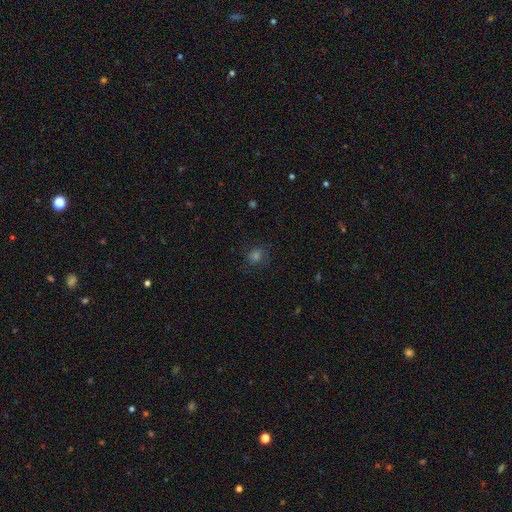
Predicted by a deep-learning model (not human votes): smooth_or_featured: smooth (p=0.61) [alt: star or artifact p=0.28]
how_rounded: round (p=0.81) [alt: in between p=0.18]
merging: none (p=0.81) [alt: minor disturbance p=0.13]